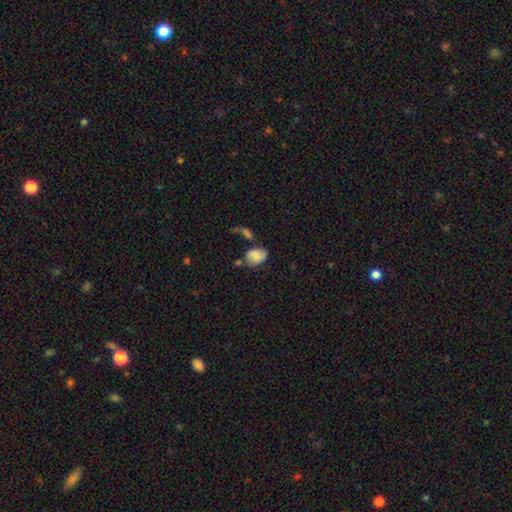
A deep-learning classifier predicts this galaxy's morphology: Smooth or featured: smooth — 67% (featured or disk — 25%)
How rounded: in between — 76% (round — 23%)
Merging: none — 52% (minor disturbance — 24%)